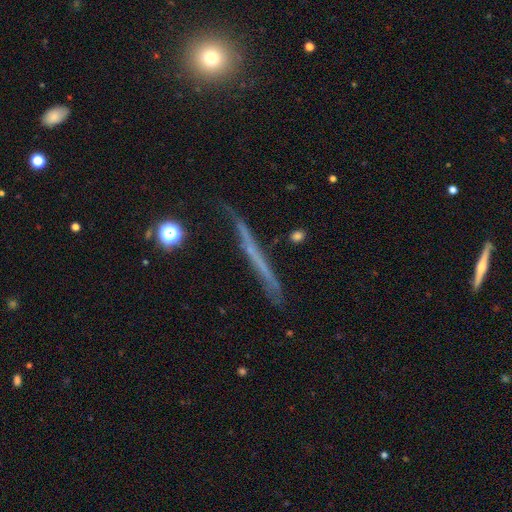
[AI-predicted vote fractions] Morphology: type=featured or disk (54%); edge-on=yes (95%); edge-on bulge=none (91%); merging=none (82%).